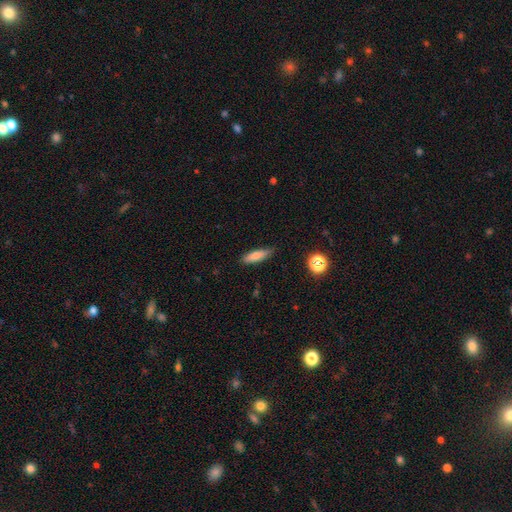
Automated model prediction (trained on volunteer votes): Smooth or featured? Predicted: smooth (p=0.78). How rounded? Predicted: cigar-shaped (p=0.59). Merging? Predicted: none (p=0.81).